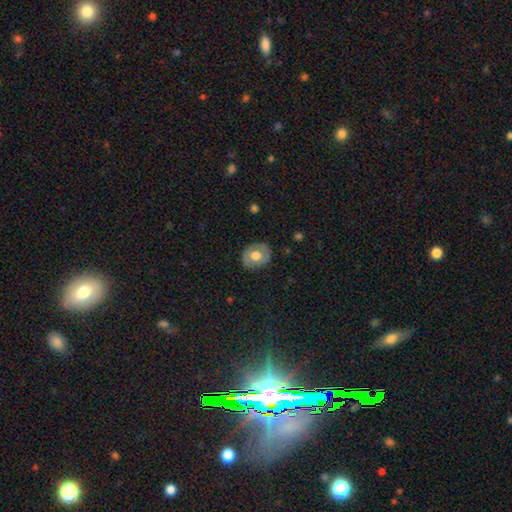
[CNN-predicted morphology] smooth-or-featured: smooth: 55% | featured or disk: 38% | star or artifact: 7%
  how-rounded: round: 55% | in between: 44% | cigar-shaped: 1%
  merging: none: 82% | minor disturbance: 14% | major disturbance: 3% | merger: 1%